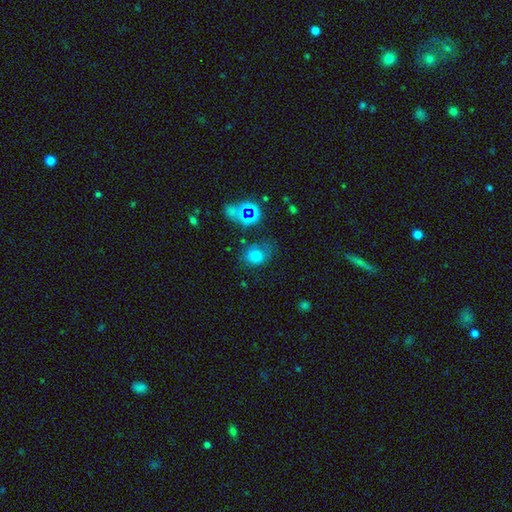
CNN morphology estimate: A smooth galaxy with no disk features (72%) that is in between round and cigar-shaped (51%).

Vote fractions:
- Smooth or featured? smooth: 72% / star or artifact: 19% / featured or disk: 10%
- How rounded? in between: 51% / round: 48% / cigar-shaped: 1%
- Merging? none: 57% / minor disturbance: 23% / major disturbance: 13% / merger: 7%